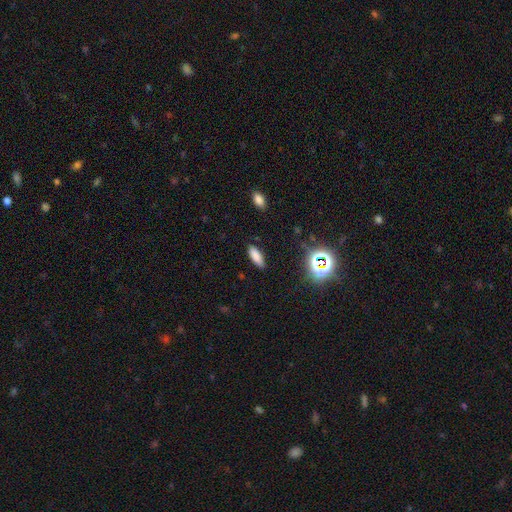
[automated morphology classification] type=smooth (79%); roundness=in between (67%); merging=none (85%).